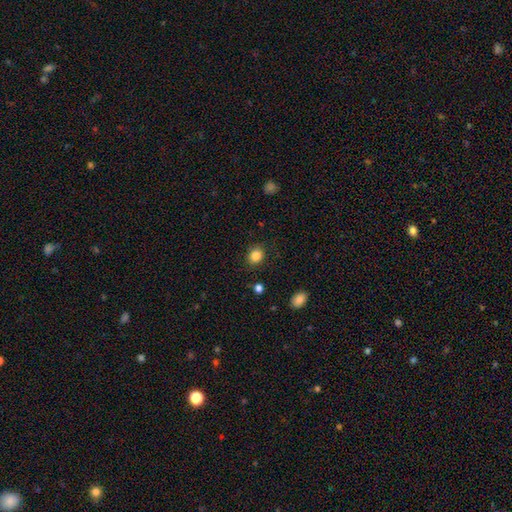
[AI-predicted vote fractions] A smooth galaxy with no disk features (85%) that is round (65%). Merging: none (87%).